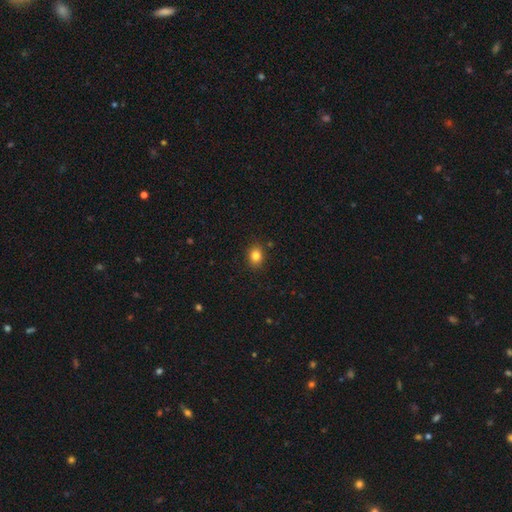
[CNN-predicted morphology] smooth_or_featured: smooth (p=0.83) [alt: star or artifact p=0.11]
how_rounded: round (p=0.50) [alt: in between p=0.49]
merging: none (p=0.88) [alt: minor disturbance p=0.09]